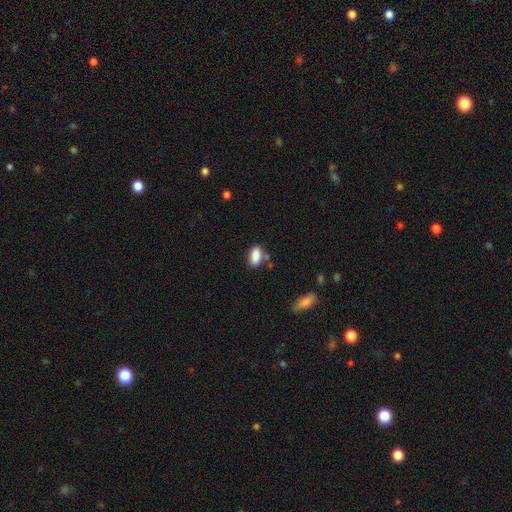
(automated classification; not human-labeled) Overall: smooth (87%). How rounded: in between (90%). Merging: none (71%).